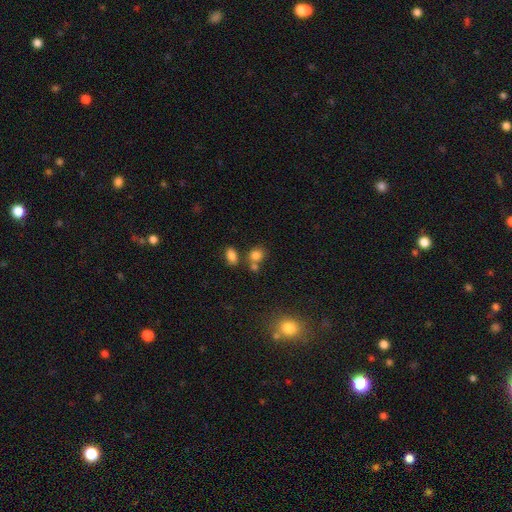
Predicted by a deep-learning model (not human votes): This is likely a smooth galaxy (79%). How rounded: possibly round (60%). Merging: possibly none (56%).